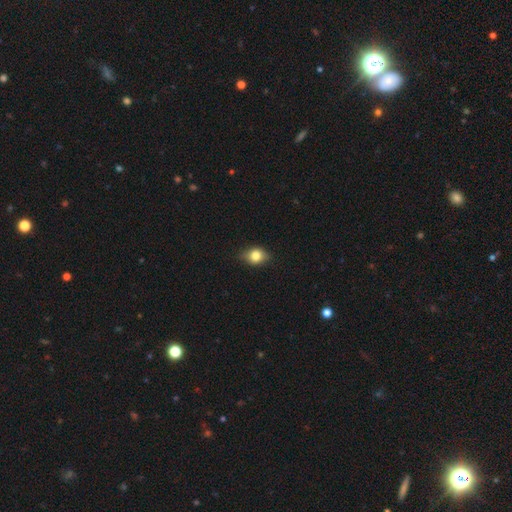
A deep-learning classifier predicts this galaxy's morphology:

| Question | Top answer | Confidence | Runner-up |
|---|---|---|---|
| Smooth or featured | smooth | 77% | featured or disk (13%) |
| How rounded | in between | 53% | round (45%) |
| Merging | none | 78% | minor disturbance (18%) |